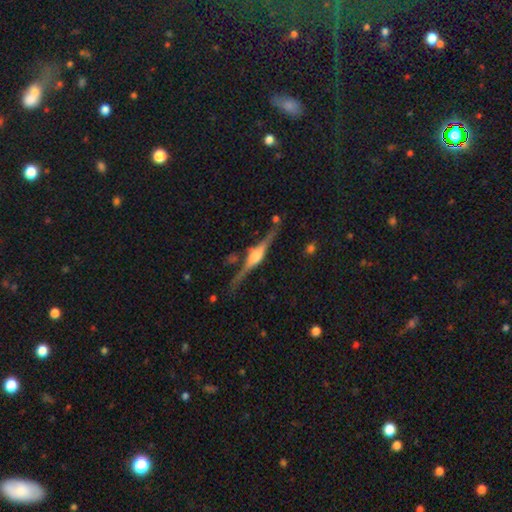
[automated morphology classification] This is clearly a featured or disk galaxy (85%). It is clearly viewed edge-on (98%). Edge-on bulge: clearly rounded (84%). Merging: clearly none (83%).